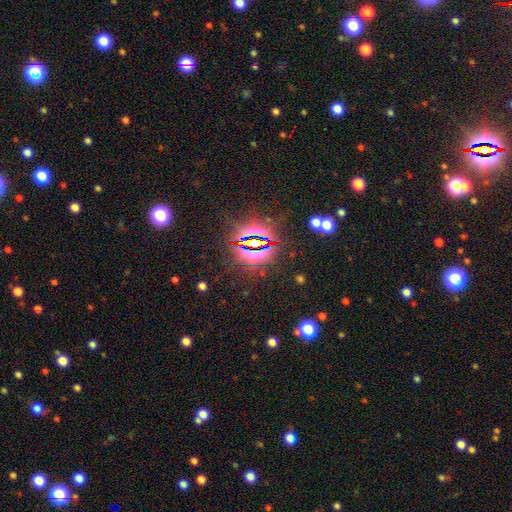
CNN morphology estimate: Smooth or featured: star or artifact — 83% (smooth — 10%)